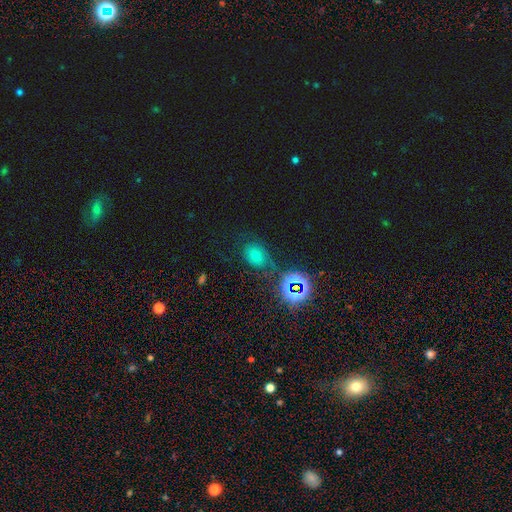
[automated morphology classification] This appears to be a smooth galaxy with no disk features (45%). Merging: none (70%).